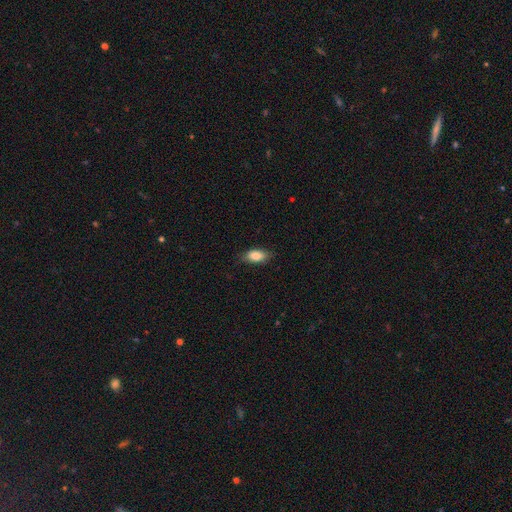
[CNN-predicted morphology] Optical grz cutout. It shows a smooth galaxy with no disk features (85%) that is in between round and cigar-shaped (87%). Merging: none (80%).